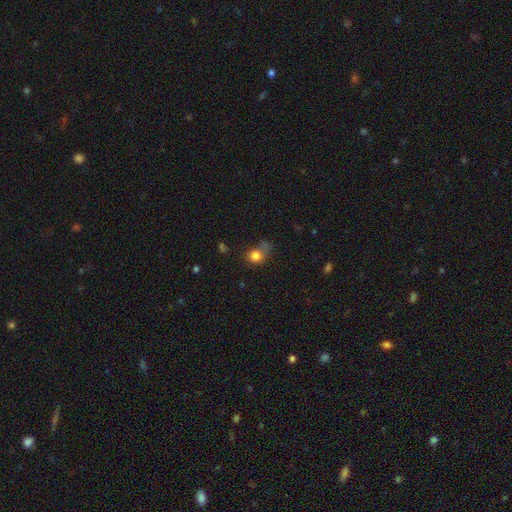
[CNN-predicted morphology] smooth-or-featured: smooth: 80% | star or artifact: 12% | featured or disk: 8%
  how-rounded: round: 70% | in between: 29% | cigar-shaped: 1%
  merging: none: 42% | minor disturbance: 28% | major disturbance: 19% | merger: 11%